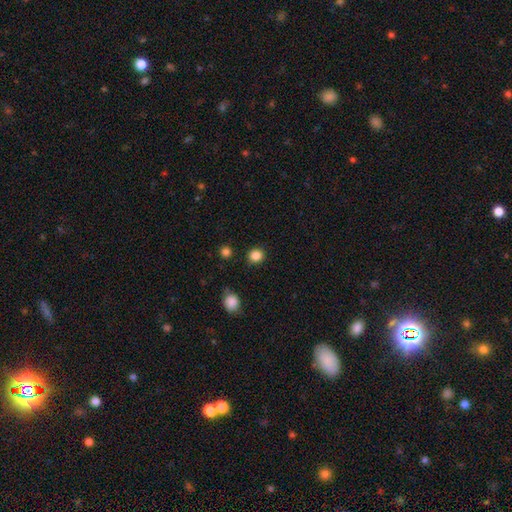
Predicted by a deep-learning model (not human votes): Smooth or featured?
  - smooth: 85% *
  - star or artifact: 11%
  - featured or disk: 3%
How rounded?
  - round: 84% *
  - in between: 15%
  - cigar-shaped: 1%
Merging?
  - none: 89% *
  - minor disturbance: 7%
  - major disturbance: 2%
  - merger: 2%